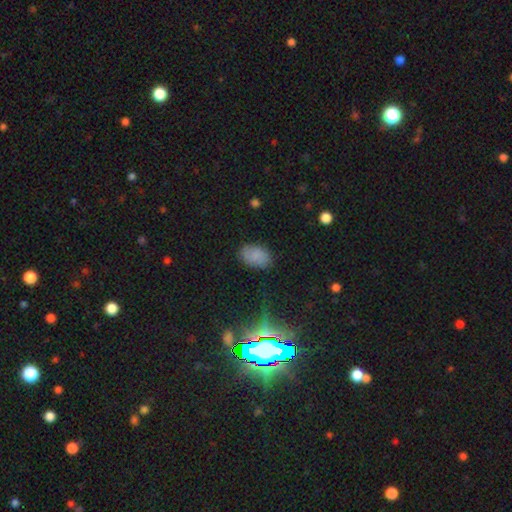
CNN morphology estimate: smooth_or_featured: smooth (p=0.79) [alt: star or artifact p=0.12]
how_rounded: in between (p=0.90) [alt: round p=0.09]
merging: none (p=0.82) [alt: minor disturbance p=0.13]